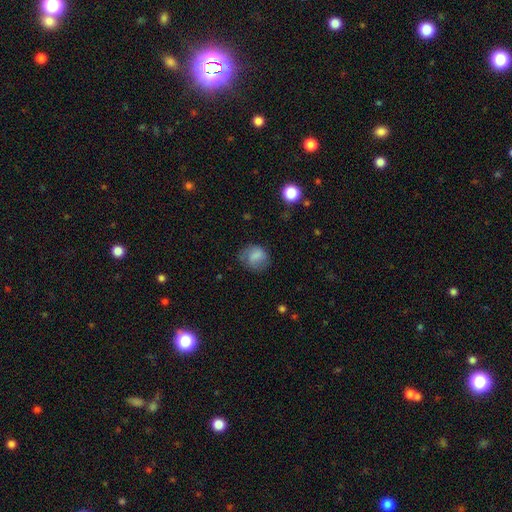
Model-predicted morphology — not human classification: Q: Smooth or featured?
A: smooth (78%); runner-up: featured or disk (13%)
Q: How rounded?
A: round (64%); runner-up: in between (35%)
Q: Merging?
A: none (61%); runner-up: minor disturbance (26%)